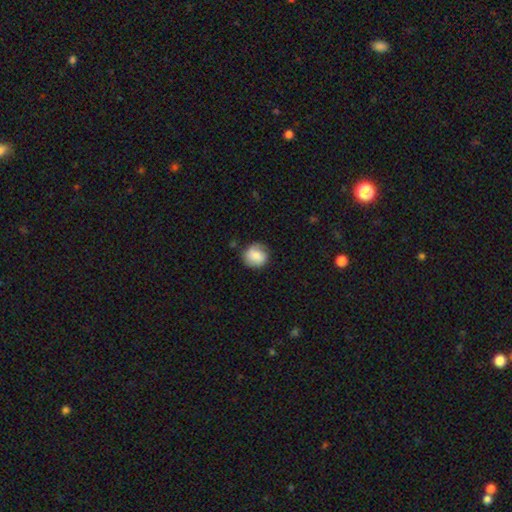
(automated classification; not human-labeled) Q: Smooth or featured?
A: smooth (78%); runner-up: featured or disk (14%)
Q: How rounded?
A: round (81%); runner-up: in between (18%)
Q: Merging?
A: none (76%); runner-up: minor disturbance (18%)